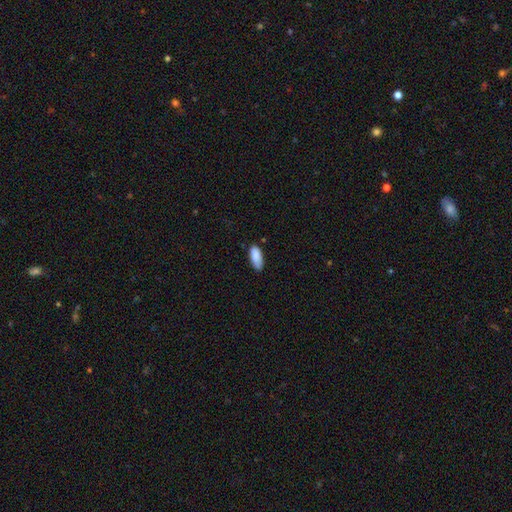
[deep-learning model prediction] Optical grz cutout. It shows a smooth galaxy with no disk features (88%) that is in between round and cigar-shaped (84%). Merging: none (75%).